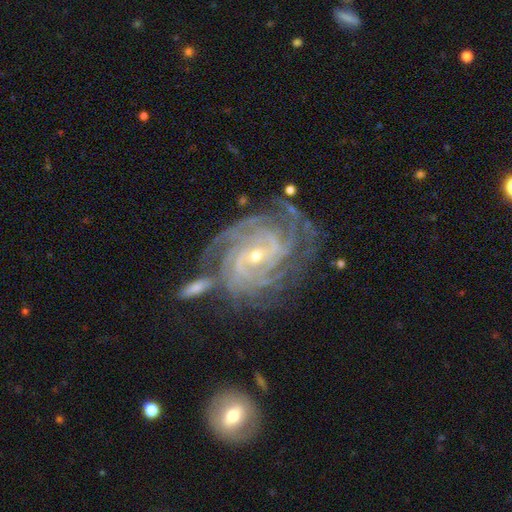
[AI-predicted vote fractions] Smooth or featured? Predicted: featured or disk (p=0.91). Edge-on disk? Predicted: no (p=0.97). Bar? Predicted: weak (p=0.41). Spiral arms? Predicted: yes (p=0.98). Spiral winding? Predicted: tight (p=0.74). Spiral arm count? Predicted: 4 (p=0.31). Bulge size? Predicted: small (p=0.69). Merging? Predicted: none (p=0.60).